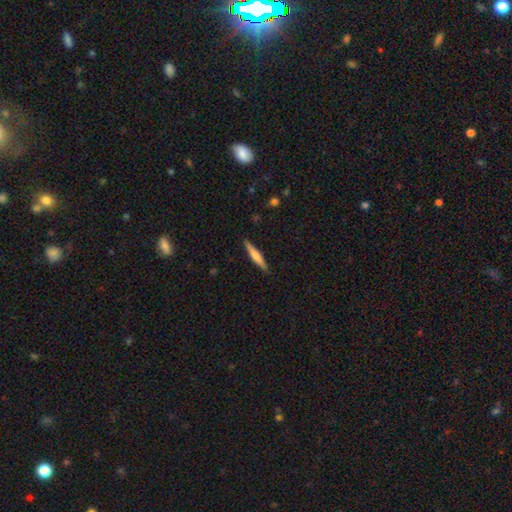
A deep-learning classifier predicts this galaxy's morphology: Smooth or featured? Predicted: smooth (p=0.56). How rounded? Predicted: cigar-shaped (p=0.92). Merging? Predicted: none (p=0.90).